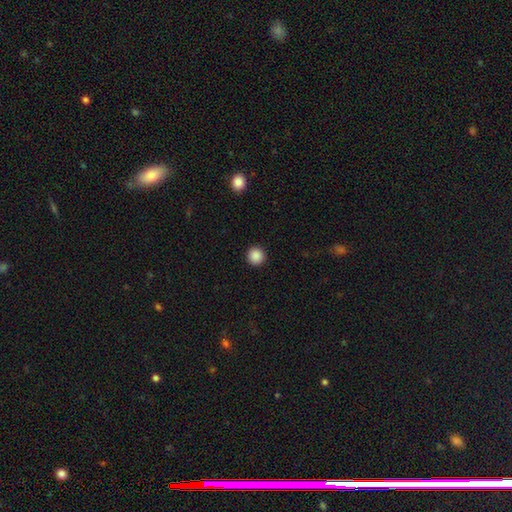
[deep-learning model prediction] This appears to be a smooth galaxy with no disk features (88%) that is round (95%). Merging: none (93%).